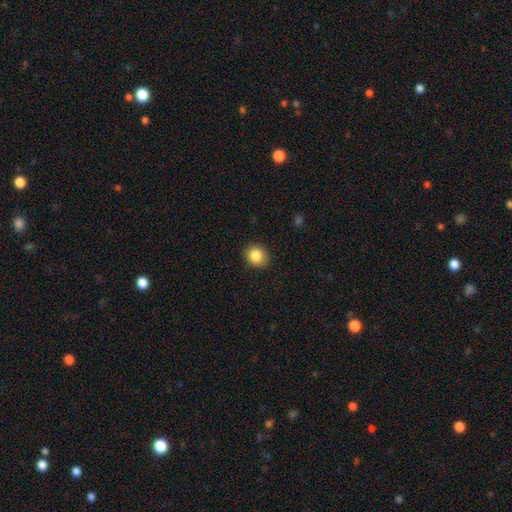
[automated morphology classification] smooth_or_featured: smooth (p=0.85) [alt: star or artifact p=0.09]
how_rounded: round (p=0.71) [alt: in between p=0.28]
merging: none (p=0.87) [alt: minor disturbance p=0.09]